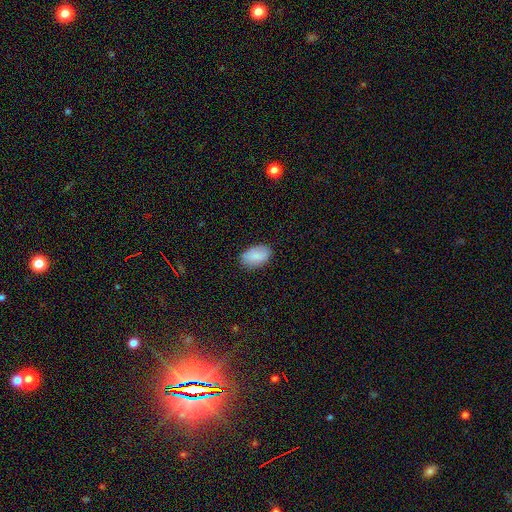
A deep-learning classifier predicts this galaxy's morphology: A smooth galaxy with no disk features (85%) that is in between round and cigar-shaped (93%).

Vote fractions:
- Smooth or featured? smooth: 85% / featured or disk: 8% / star or artifact: 7%
- How rounded? in between: 93% / round: 6% / cigar-shaped: 1%
- Merging? none: 83% / minor disturbance: 13% / major disturbance: 3% / merger: 1%